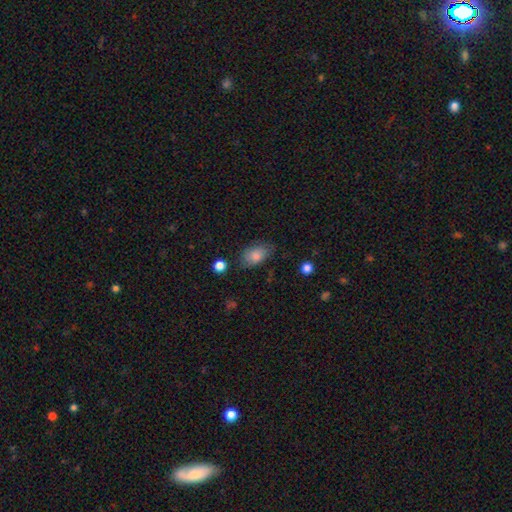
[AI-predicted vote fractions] smooth_or_featured: smooth (p=0.82) [alt: featured or disk p=0.10]
how_rounded: in between (p=0.89) [alt: round p=0.09]
merging: none (p=0.73) [alt: minor disturbance p=0.20]